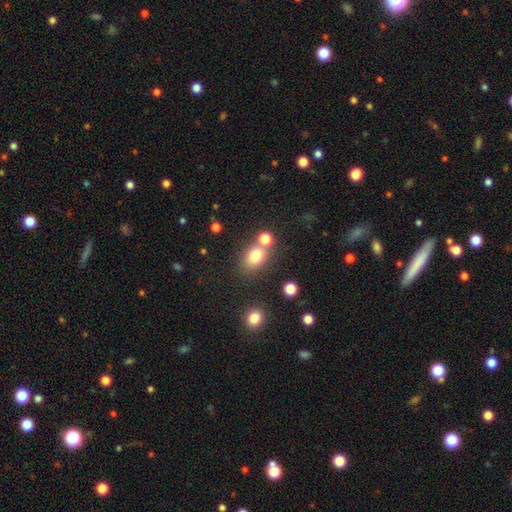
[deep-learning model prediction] Q: Smooth or featured?
A: smooth (77%); runner-up: star or artifact (14%)
Q: How rounded?
A: in between (54%); runner-up: round (45%)
Q: Merging?
A: none (59%); runner-up: merger (24%)